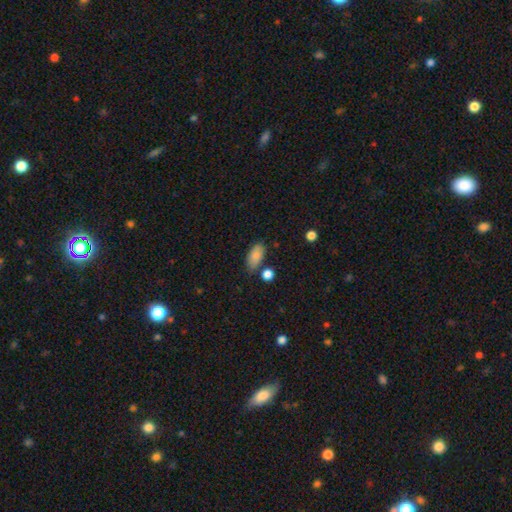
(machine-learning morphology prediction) Overall: smooth (84%). How rounded: in between (90%). Merging: none (72%).